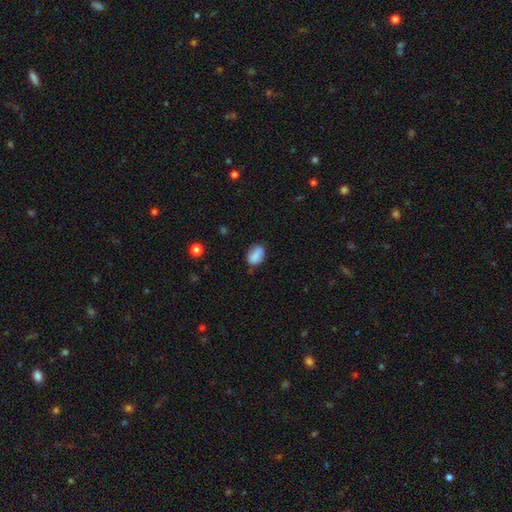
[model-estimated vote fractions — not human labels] Smooth or featured? Predicted: smooth (p=0.80). How rounded? Predicted: in between (p=0.78). Merging? Predicted: none (p=0.66).